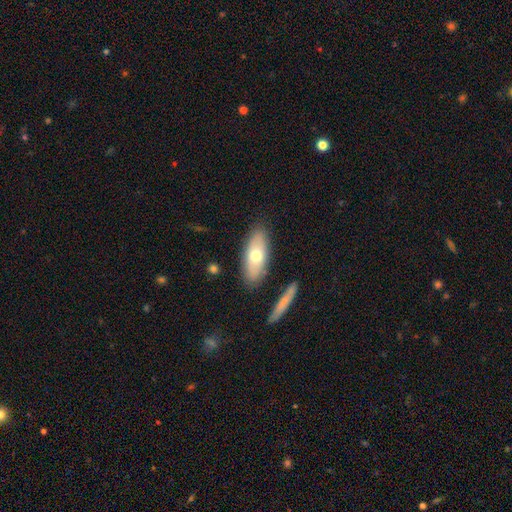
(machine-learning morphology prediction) Smooth or featured? Predicted: smooth (p=0.63). How rounded? Predicted: in between (p=0.79). Merging? Predicted: none (p=0.83).